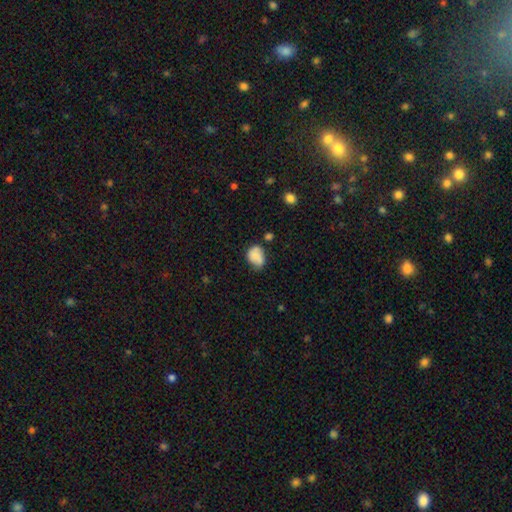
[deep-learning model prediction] The model was most divided on "how rounded": in between: 56%, round: 43%, cigar-shaped: 1%. Remaining: smooth or featured — smooth (69%); merging — none (47%).